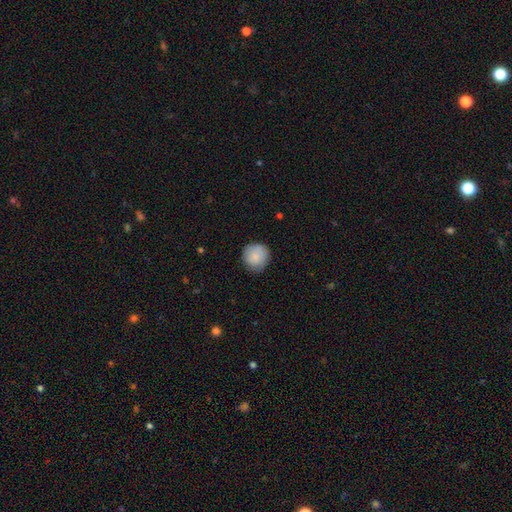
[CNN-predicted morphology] Q: Smooth or featured?
A: smooth (86%); runner-up: featured or disk (7%)
Q: How rounded?
A: round (93%); runner-up: in between (6%)
Q: Merging?
A: none (82%); runner-up: minor disturbance (14%)